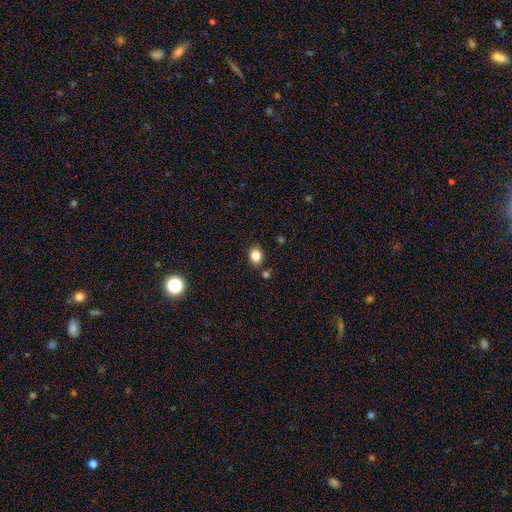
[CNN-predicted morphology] type=smooth (84%); roundness=round (55%); merging=none (81%).